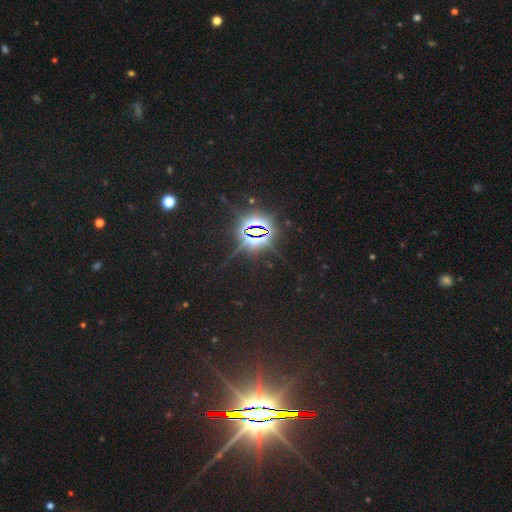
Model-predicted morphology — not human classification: This is clearly a star or artifact rather than a galaxy (83%).